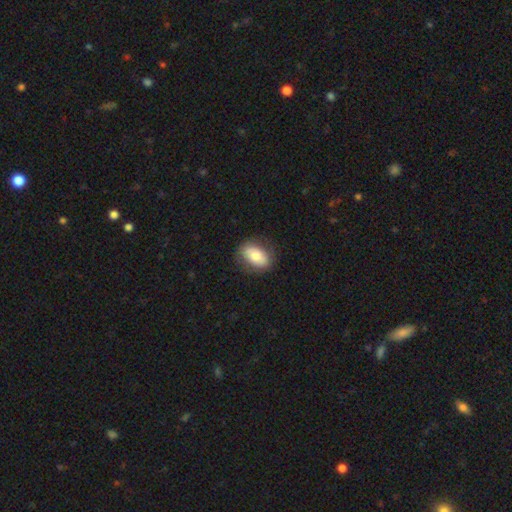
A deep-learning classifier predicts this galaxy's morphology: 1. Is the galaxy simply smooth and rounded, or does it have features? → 74% smooth, 19% featured or disk, 7% star or artifact.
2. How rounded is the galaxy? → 87% in between, 11% round, 2% cigar-shaped.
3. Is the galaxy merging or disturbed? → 80% none, 14% minor disturbance, 4% major disturbance, 1% merger.